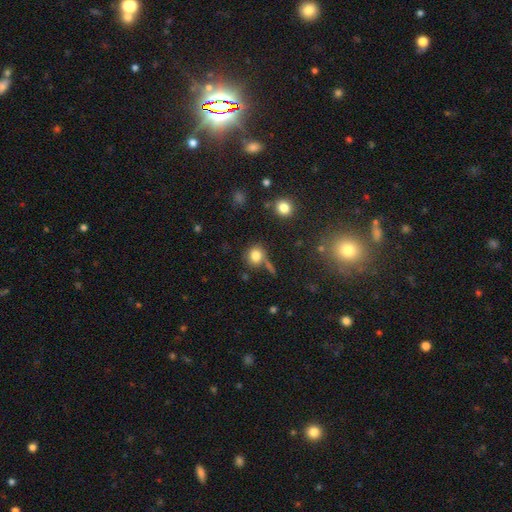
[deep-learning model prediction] Overall: smooth (81%). How rounded: round (82%). Merging: none (64%).